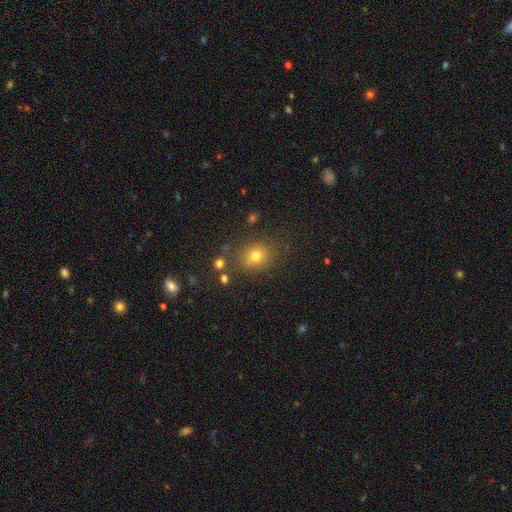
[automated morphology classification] Q: Smooth or featured?
A: smooth (74%); runner-up: star or artifact (17%)
Q: How rounded?
A: round (59%); runner-up: in between (40%)
Q: Merging?
A: none (80%); runner-up: minor disturbance (12%)